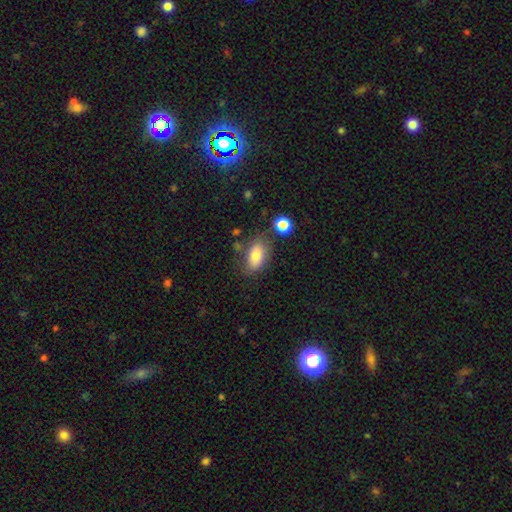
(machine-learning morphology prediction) Smooth or featured?
  - smooth: 77% *
  - featured or disk: 14%
  - star or artifact: 9%
How rounded?
  - in between: 90% *
  - round: 7%
  - cigar-shaped: 3%
Merging?
  - none: 66% *
  - minor disturbance: 20%
  - major disturbance: 7%
  - merger: 7%